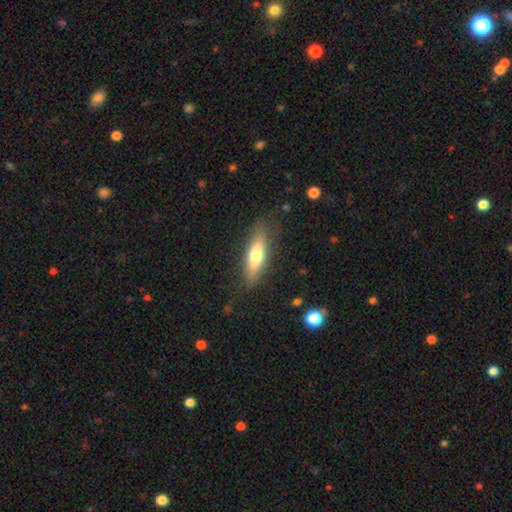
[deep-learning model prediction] Morphology: type=smooth (68%); roundness=cigar-shaped (56%); merging=none (82%).